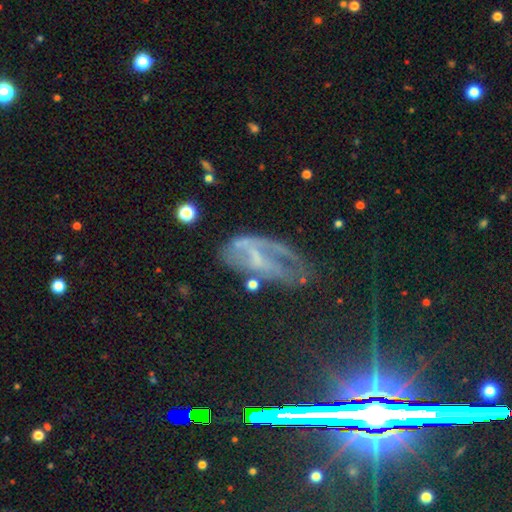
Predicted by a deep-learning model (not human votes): Overall: featured or disk (59%; smooth 22%). Edge-on disk: no (90%). Bar: no (50%; weak 32%). Spiral arms: yes (54%; no 46%). Bulge size: none (47%; small 34%). Merging: none (36%; major disturbance 33%).